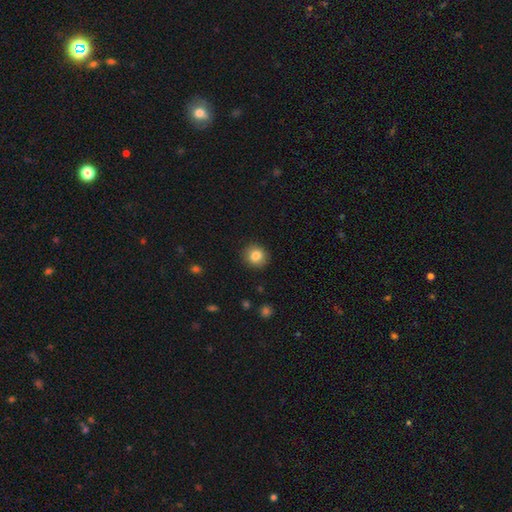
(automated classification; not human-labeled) A smooth galaxy with no disk features (84%) that is round (87%). Merging: none (90%).